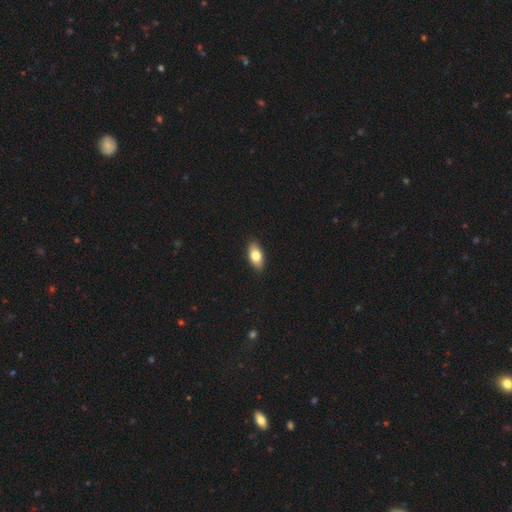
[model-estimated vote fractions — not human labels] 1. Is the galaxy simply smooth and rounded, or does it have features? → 74% smooth, 20% featured or disk, 7% star or artifact.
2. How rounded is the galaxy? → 87% in between, 8% cigar-shaped, 5% round.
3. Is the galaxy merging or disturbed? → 89% none, 9% minor disturbance, 2% major disturbance, 1% merger.